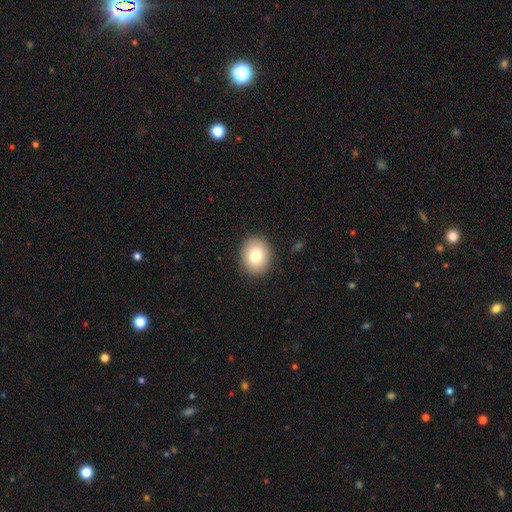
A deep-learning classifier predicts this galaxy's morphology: A smooth galaxy with no disk features (79%) that is round (64%).

Vote fractions:
- Smooth or featured? smooth: 79% / featured or disk: 11% / star or artifact: 10%
- How rounded? round: 64% / in between: 35% / cigar-shaped: 1%
- Merging? none: 90% / minor disturbance: 7% / major disturbance: 2% / merger: 1%